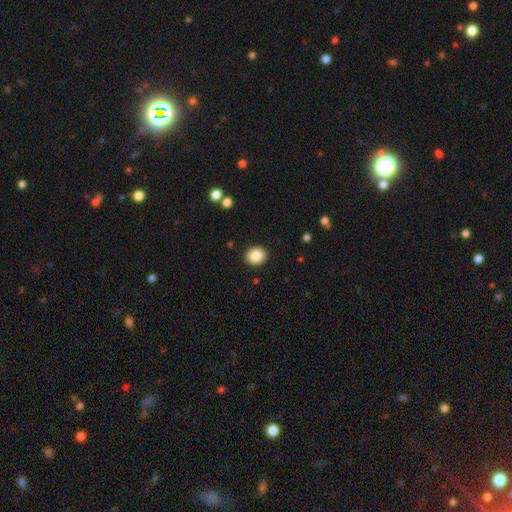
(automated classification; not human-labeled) A smooth galaxy with no disk features (86%) that is round (76%).

Vote fractions:
- Smooth or featured? smooth: 86% / star or artifact: 9% / featured or disk: 5%
- How rounded? round: 76% / in between: 23% / cigar-shaped: 1%
- Merging? none: 92% / minor disturbance: 6% / major disturbance: 2% / merger: 1%